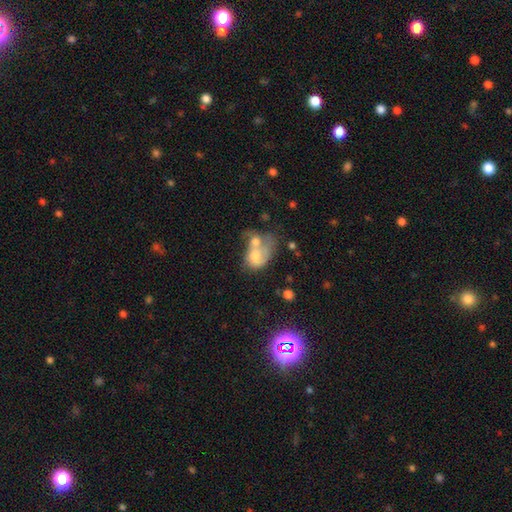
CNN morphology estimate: smooth_or_featured: smooth (p=0.54) [alt: featured or disk p=0.37]
how_rounded: in between (p=0.66) [alt: round p=0.32]
merging: merger (p=0.68) [alt: major disturbance p=0.14]